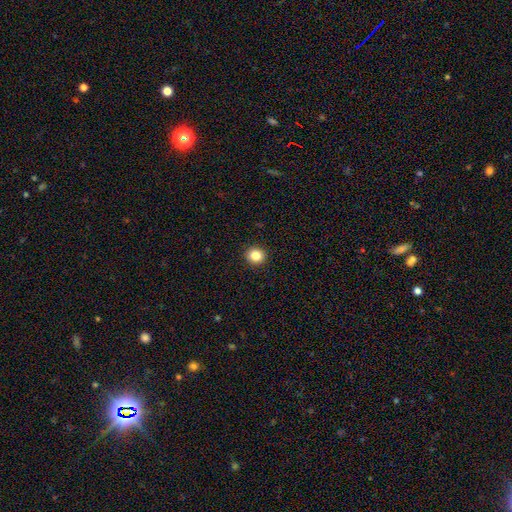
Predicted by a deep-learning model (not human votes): This is clearly a smooth galaxy (84%). How rounded: clearly round (85%). Merging: clearly none (93%).